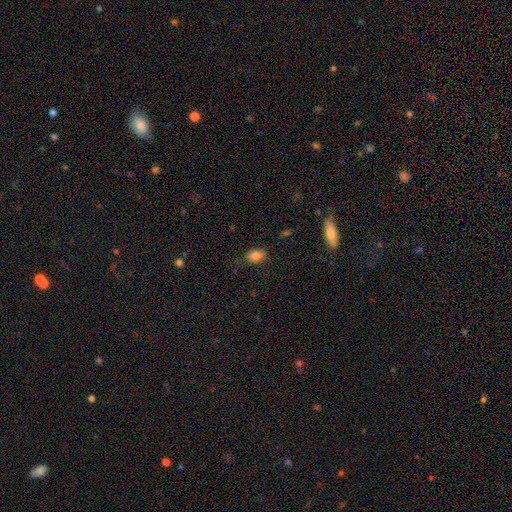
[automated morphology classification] smooth-or-featured: smooth: 83% | star or artifact: 10% | featured or disk: 7%
  how-rounded: in between: 82% | round: 16% | cigar-shaped: 2%
  merging: none: 73% | minor disturbance: 20% | major disturbance: 5% | merger: 2%